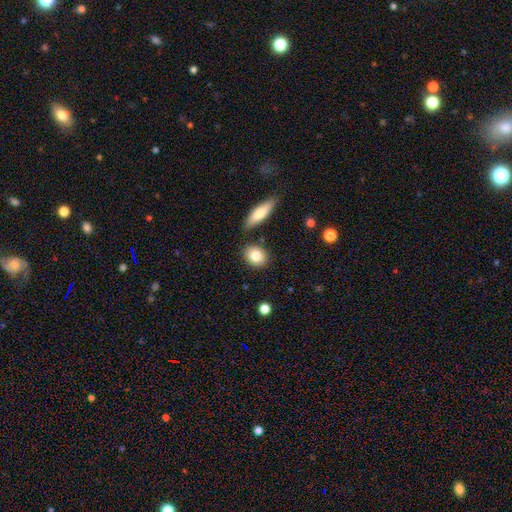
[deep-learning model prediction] Morphology: type=smooth (82%); roundness=round (51%); merging=none (81%).